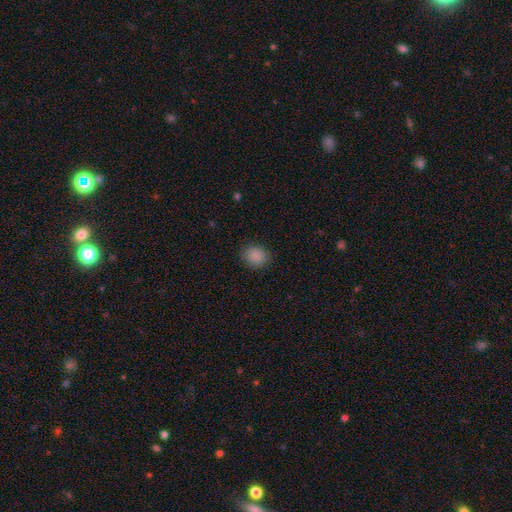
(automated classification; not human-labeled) Morphology: type=smooth (87%); roundness=round (75%); merging=none (88%).